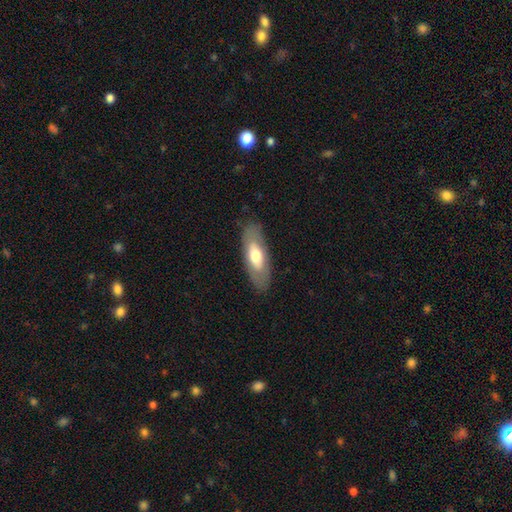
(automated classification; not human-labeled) A smooth galaxy with no disk features (57%) that is in between round and cigar-shaped (74%). Merging: none (83%).